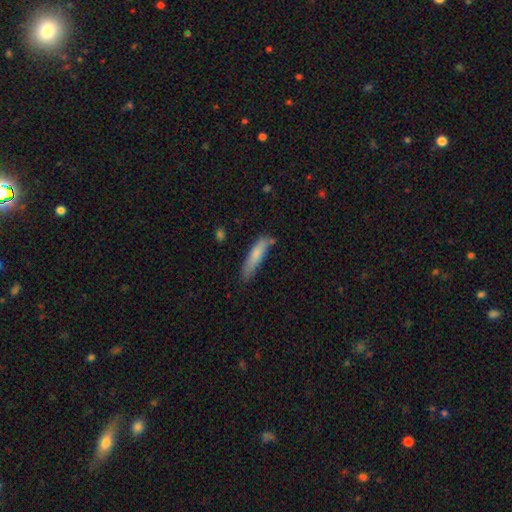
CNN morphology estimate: The model was most divided on "merging": none: 66%, minor disturbance: 24%, major disturbance: 5%, merger: 5%. More confident: how rounded — cigar-shaped (82%); smooth or featured — smooth (78%).